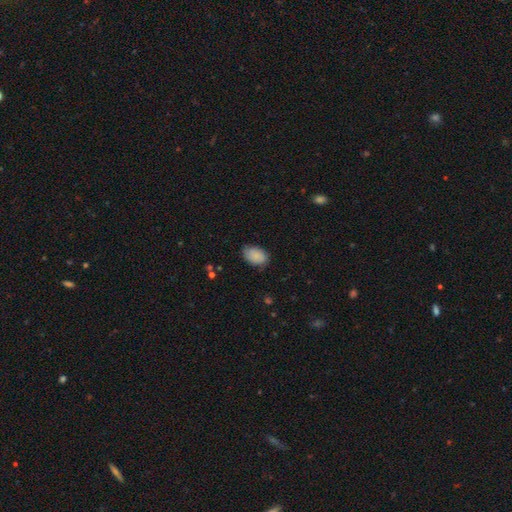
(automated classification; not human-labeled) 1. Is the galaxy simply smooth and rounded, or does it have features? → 85% smooth, 8% featured or disk, 7% star or artifact.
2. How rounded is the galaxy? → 85% in between, 14% round, 1% cigar-shaped.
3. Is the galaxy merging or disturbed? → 73% none, 22% minor disturbance, 4% major disturbance, 1% merger.